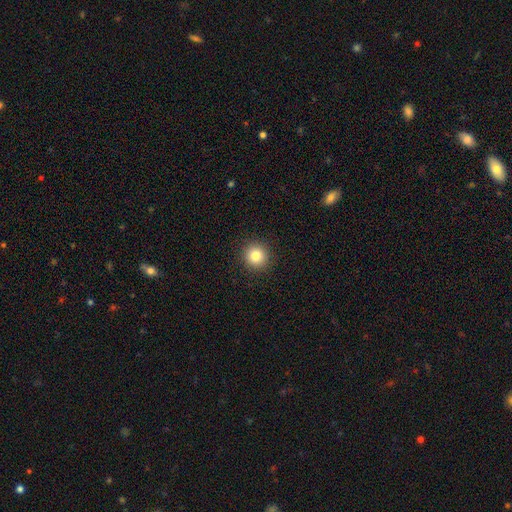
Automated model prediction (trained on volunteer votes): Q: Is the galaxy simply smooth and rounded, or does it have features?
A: smooth — 83%.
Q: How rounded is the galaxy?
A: round — 94%.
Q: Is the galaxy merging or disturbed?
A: none — 92%.